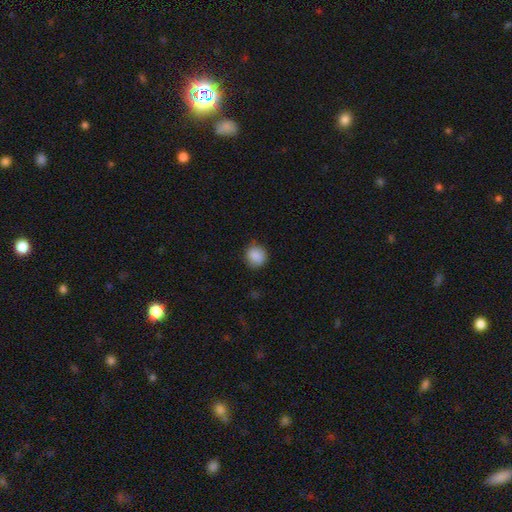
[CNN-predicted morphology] Smooth or featured? Predicted: smooth (p=0.88). How rounded? Predicted: round (p=0.74). Merging? Predicted: none (p=0.81).